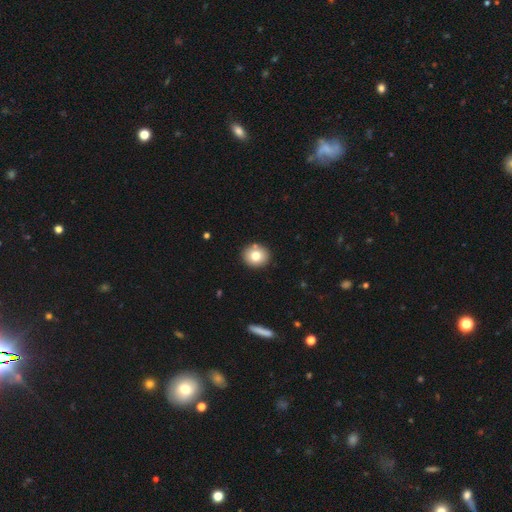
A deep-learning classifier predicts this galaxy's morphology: Overall: smooth (77%). How rounded: round (81%). Merging: none (86%).